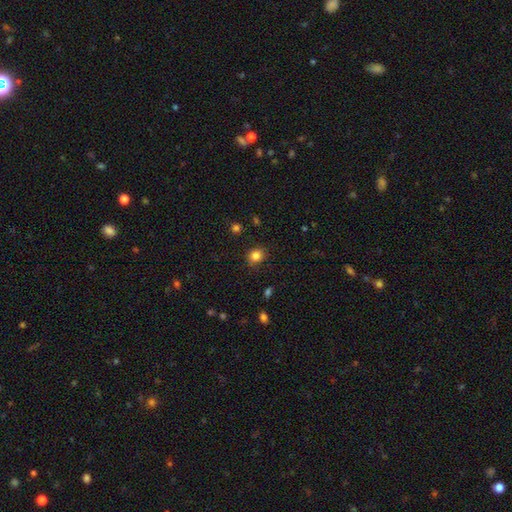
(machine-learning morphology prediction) The model was most divided on "how rounded": round: 70%, in between: 29%, cigar-shaped: 1%. More confident: merging — none (86%); smooth or featured — smooth (83%).